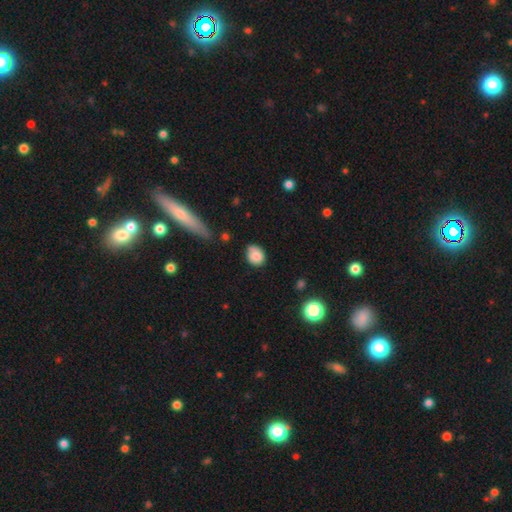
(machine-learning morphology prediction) The model was most divided on "how rounded": round: 51%, in between: 48%, cigar-shaped: 1%. More confident: smooth or featured — smooth (82%); merging — none (66%).